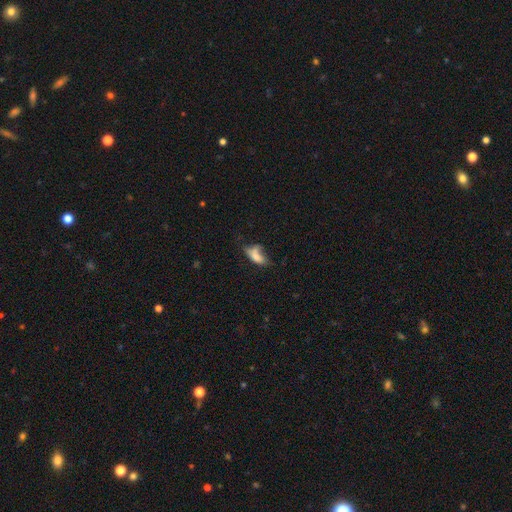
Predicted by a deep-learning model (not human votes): The model was most divided on "merging": none: 29%, minor disturbance: 28%, major disturbance: 27%, merger: 16%. More confident: how rounded — in between (81%); smooth or featured — smooth (70%).